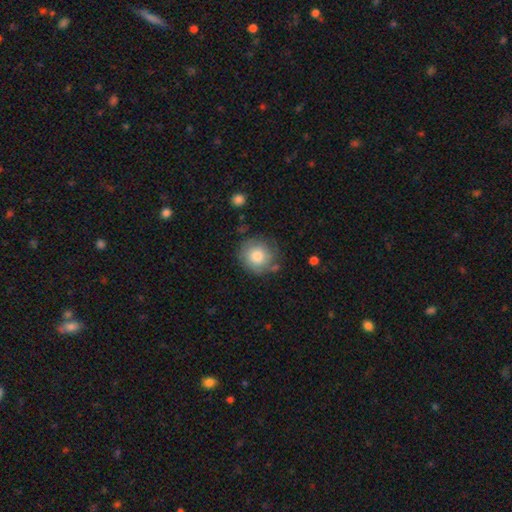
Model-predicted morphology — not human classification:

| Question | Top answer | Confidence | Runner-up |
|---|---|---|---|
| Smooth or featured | smooth | 76% | featured or disk (16%) |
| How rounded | round | 91% | in between (8%) |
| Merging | none | 76% | minor disturbance (16%) |